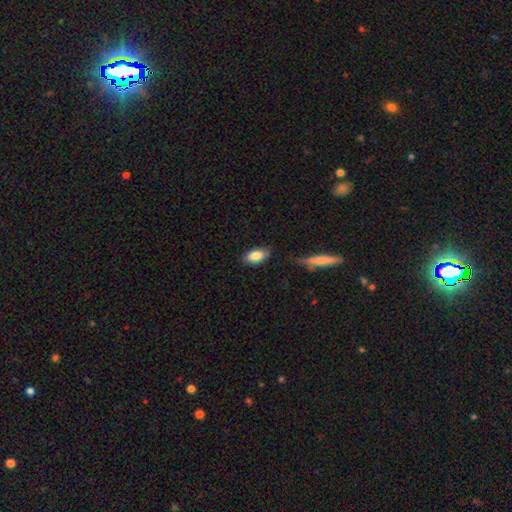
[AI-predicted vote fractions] Morphology: type=smooth (84%); roundness=in between (91%); merging=none (80%).